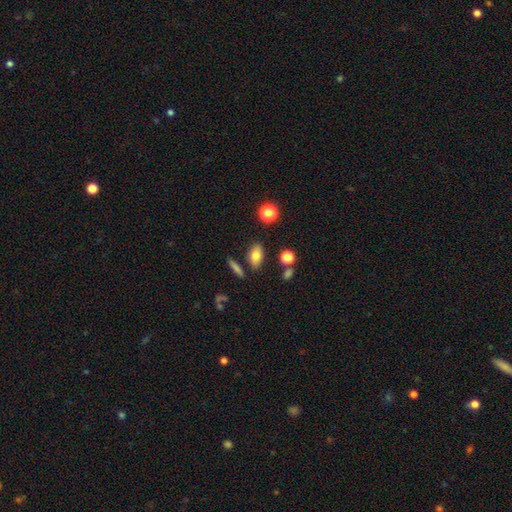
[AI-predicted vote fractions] Q: Smooth or featured?
A: smooth (77%); runner-up: featured or disk (13%)
Q: How rounded?
A: in between (83%); runner-up: round (10%)
Q: Merging?
A: none (81%); runner-up: minor disturbance (11%)